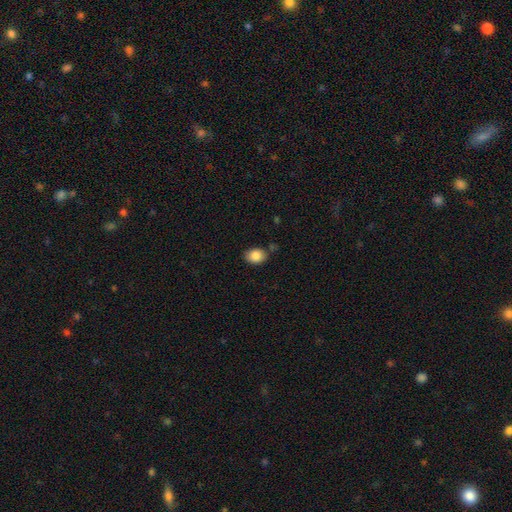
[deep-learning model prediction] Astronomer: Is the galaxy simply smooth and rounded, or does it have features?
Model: smooth — 88%.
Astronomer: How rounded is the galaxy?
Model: in between — 71%.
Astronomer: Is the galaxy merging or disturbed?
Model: none — 73%.